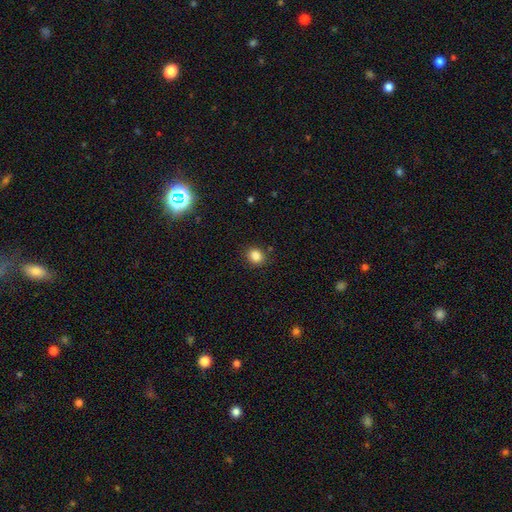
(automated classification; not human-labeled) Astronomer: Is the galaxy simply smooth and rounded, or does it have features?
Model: smooth — 84%.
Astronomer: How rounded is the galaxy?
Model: round — 81%.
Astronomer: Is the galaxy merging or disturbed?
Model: none — 89%.